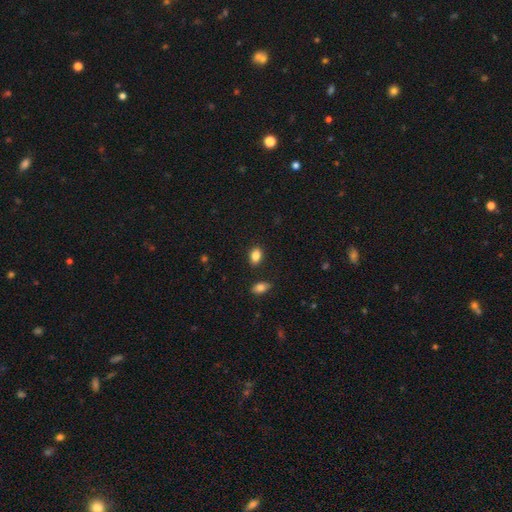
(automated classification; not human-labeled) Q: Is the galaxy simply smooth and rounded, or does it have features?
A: smooth — 86%.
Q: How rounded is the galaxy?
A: in between — 82%.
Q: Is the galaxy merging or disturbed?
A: none — 85%.